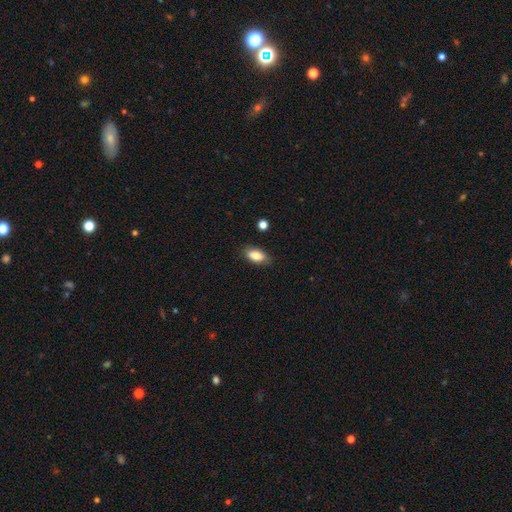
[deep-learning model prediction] Smooth or featured: smooth — 84% (featured or disk — 8%)
How rounded: in between — 89% (cigar-shaped — 7%)
Merging: none — 82% (minor disturbance — 13%)